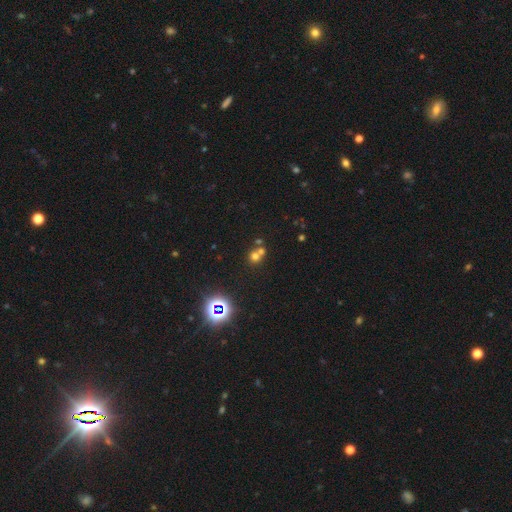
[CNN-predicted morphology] A smooth galaxy with no disk features (55%) that is round (86%). Merging: merger (47%).